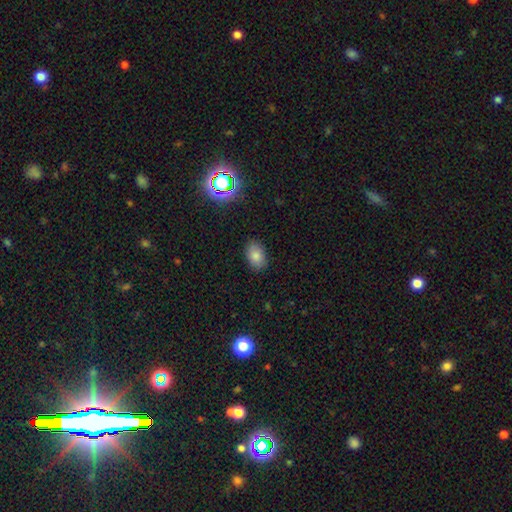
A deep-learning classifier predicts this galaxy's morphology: smooth-or-featured: smooth: 82% | star or artifact: 11% | featured or disk: 7%
  how-rounded: in between: 86% | round: 13% | cigar-shaped: 1%
  merging: none: 85% | minor disturbance: 11% | major disturbance: 3% | merger: 1%